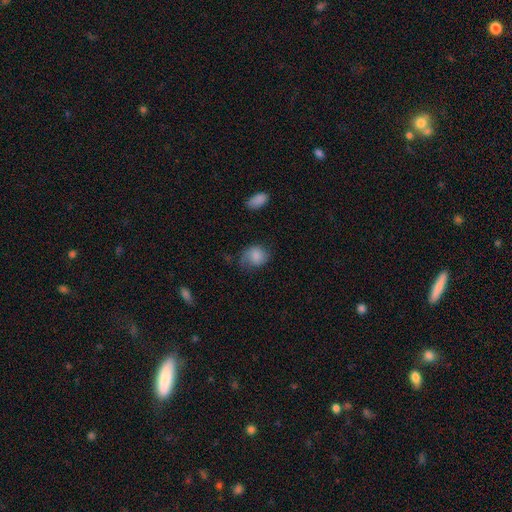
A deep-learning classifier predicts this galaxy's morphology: The model was most divided on "how rounded": round: 51%, in between: 48%, cigar-shaped: 1%. More confident: smooth or featured — smooth (75%); merging — none (51%).